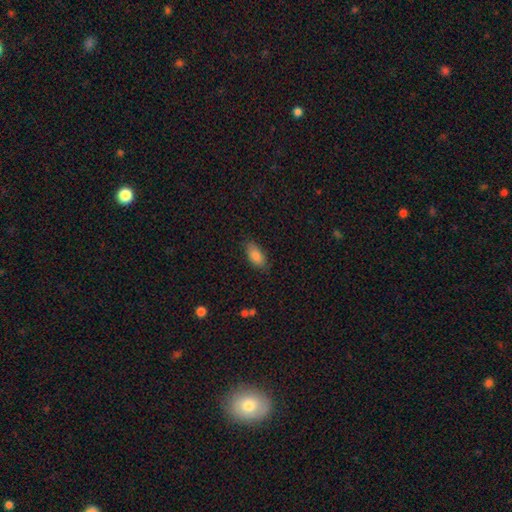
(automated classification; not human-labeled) Overall: smooth (86%). How rounded: in between (88%). Merging: none (82%).